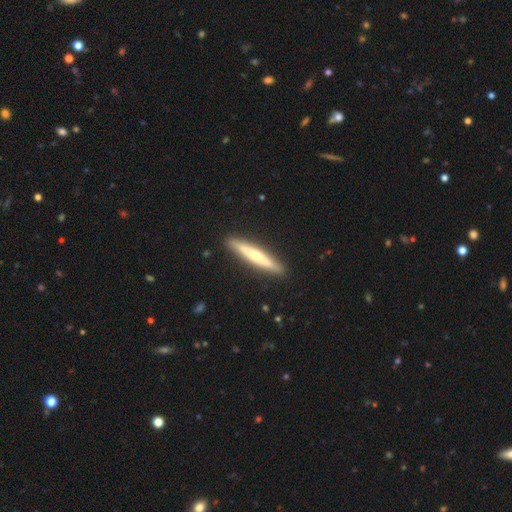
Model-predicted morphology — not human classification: This is possibly a featured or disk galaxy (49%). Merging: clearly none (91%).